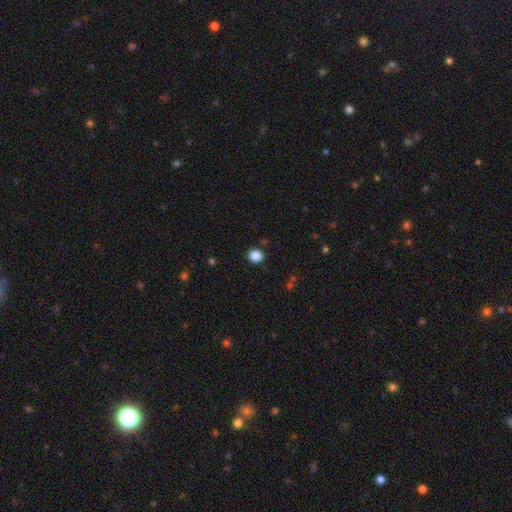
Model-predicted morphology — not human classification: The model was most divided on "how rounded": round: 86%, in between: 13%, cigar-shaped: 1%. More confident: merging — none (91%); smooth or featured — smooth (86%).